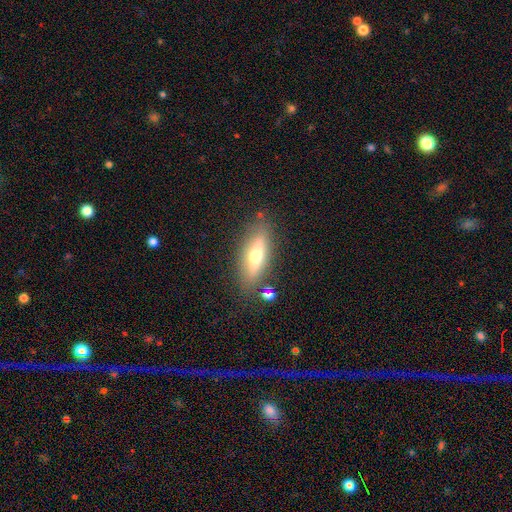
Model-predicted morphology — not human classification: This appears to be a featured or disk galaxy (46%, tied with smooth). Merging: none (81%).